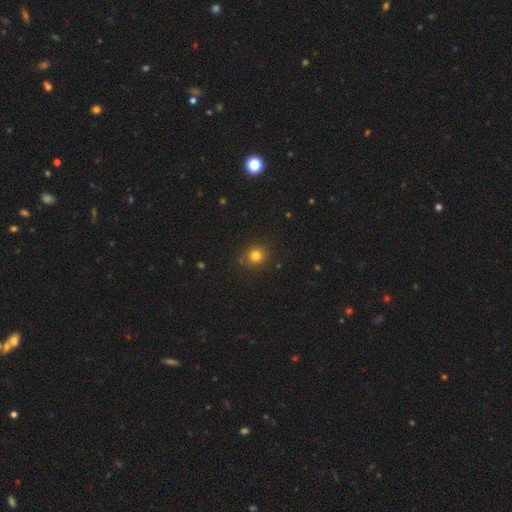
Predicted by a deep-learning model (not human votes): A smooth galaxy with no disk features (79%) that is round (85%). Merging: none (87%).